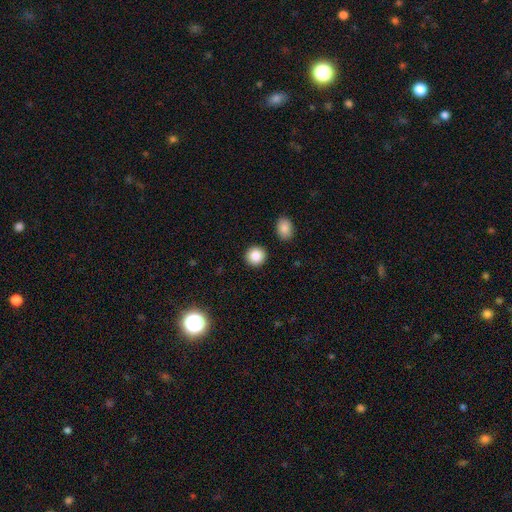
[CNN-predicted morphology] Smooth or featured: smooth — 87% (star or artifact — 9%)
How rounded: round — 92% (in between — 7%)
Merging: none — 91% (minor disturbance — 5%)